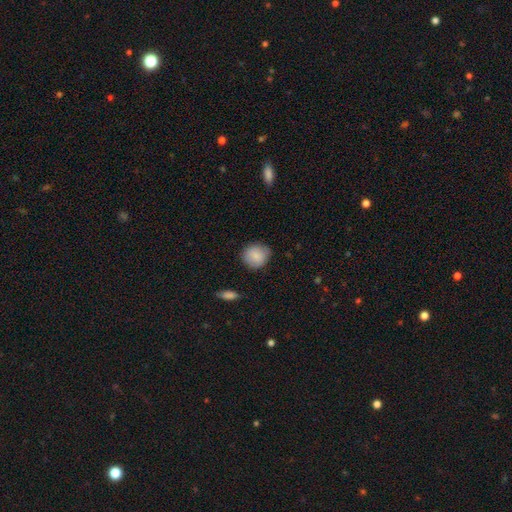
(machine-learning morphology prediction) A smooth galaxy with no disk features (87%) that is round (83%). Merging: none (79%).